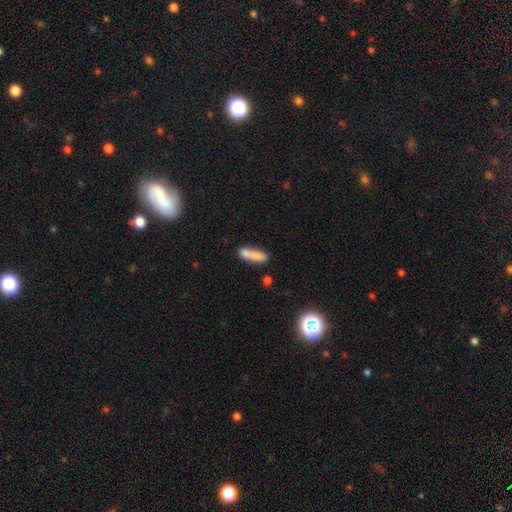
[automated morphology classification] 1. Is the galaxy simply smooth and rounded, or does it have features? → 81% smooth, 11% featured or disk, 8% star or artifact.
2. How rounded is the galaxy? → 60% cigar-shaped, 37% in between, 2% round.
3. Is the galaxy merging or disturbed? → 59% none, 19% minor disturbance, 17% merger, 5% major disturbance.